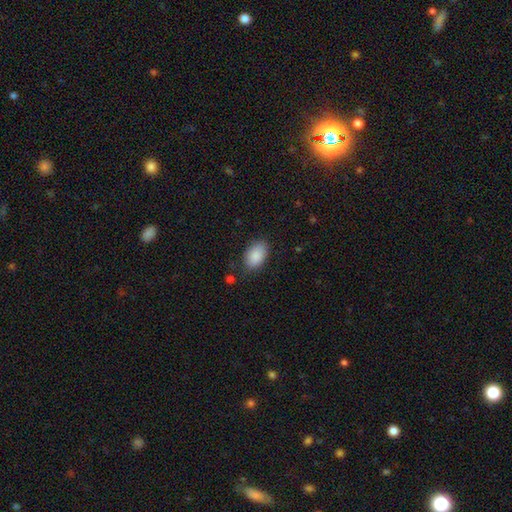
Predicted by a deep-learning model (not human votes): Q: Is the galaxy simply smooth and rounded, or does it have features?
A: smooth — 88%.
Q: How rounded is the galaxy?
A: in between — 91%.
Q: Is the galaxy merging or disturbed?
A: none — 80%.